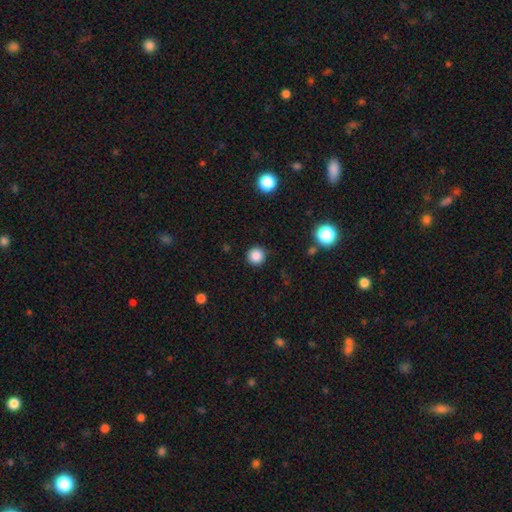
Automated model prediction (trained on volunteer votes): Overall: smooth (85%). How rounded: round (95%). Merging: none (90%).